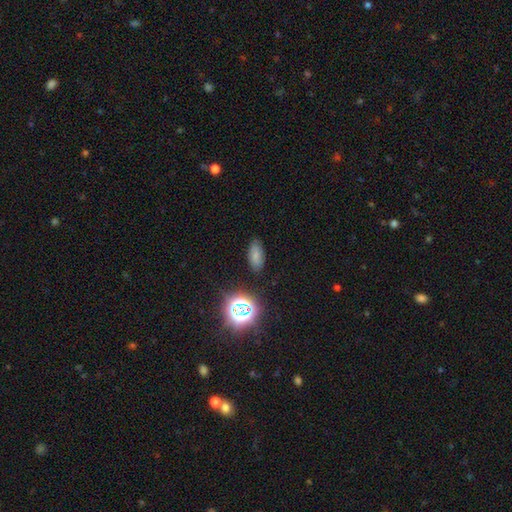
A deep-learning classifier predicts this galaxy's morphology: A smooth galaxy with no disk features (69%) that is in between round and cigar-shaped (89%).

Vote fractions:
- Smooth or featured? smooth: 69% / star or artifact: 18% / featured or disk: 13%
- How rounded? in between: 89% / round: 6% / cigar-shaped: 5%
- Merging? none: 82% / minor disturbance: 13% / major disturbance: 3% / merger: 2%